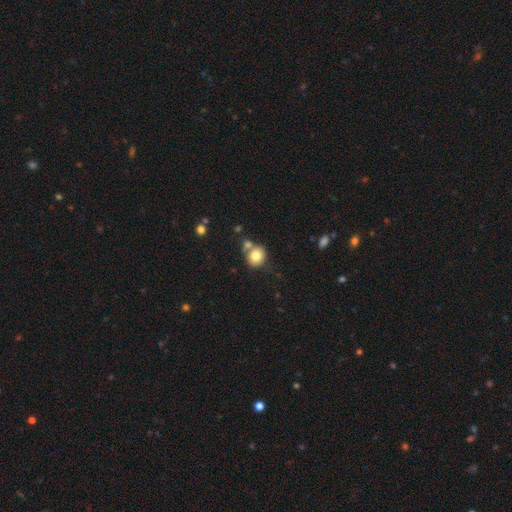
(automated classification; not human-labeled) smooth_or_featured: smooth (p=0.78) [alt: featured or disk p=0.12]
how_rounded: round (p=0.76) [alt: in between p=0.23]
merging: none (p=0.57) [alt: merger p=0.26]